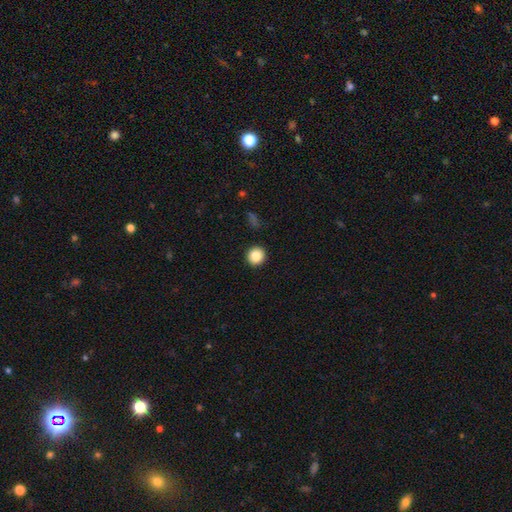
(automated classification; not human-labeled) Q: Smooth or featured?
A: smooth (85%); runner-up: star or artifact (9%)
Q: How rounded?
A: round (93%); runner-up: in between (6%)
Q: Merging?
A: none (93%); runner-up: minor disturbance (5%)